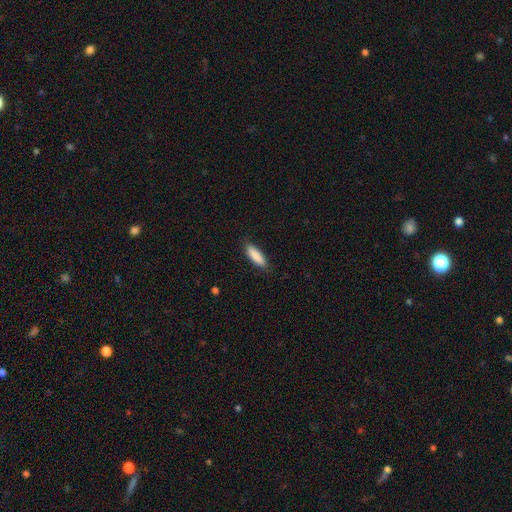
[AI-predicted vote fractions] Overall: smooth (88%). How rounded: cigar-shaped (53%; in between 45%). Merging: none (86%).